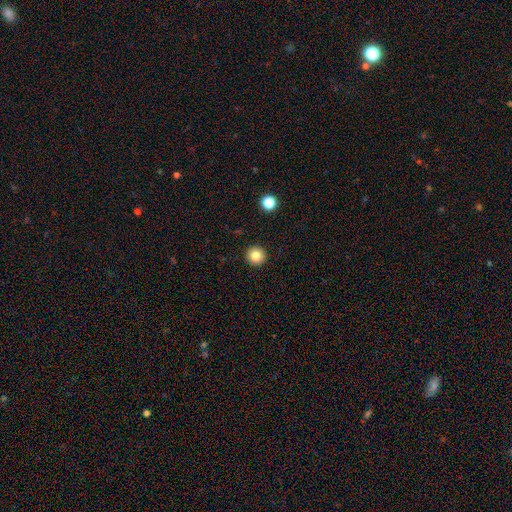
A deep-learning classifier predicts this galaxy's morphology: The model was most divided on "smooth or featured": smooth: 82%, star or artifact: 11%, featured or disk: 7%. More confident: how rounded — round (96%); merging — none (94%).